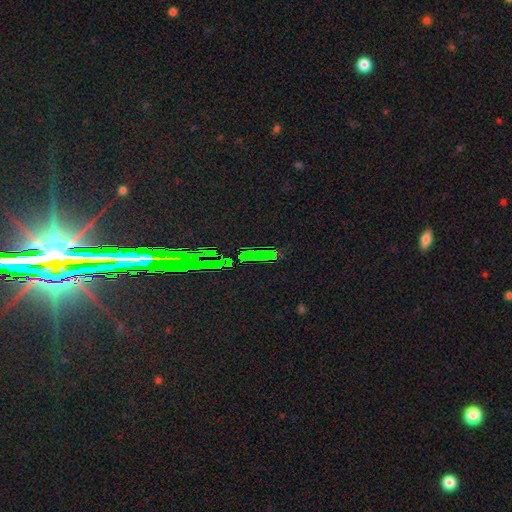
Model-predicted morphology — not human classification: A star or artifact, not a galaxy (72%).